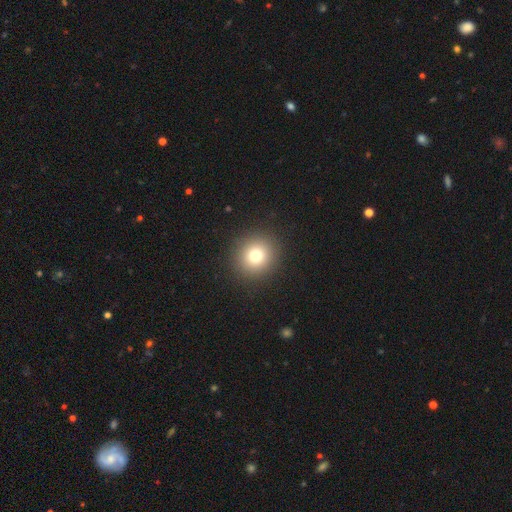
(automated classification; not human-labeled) smooth 76%, star or artifact 14%, featured or disk 10%. Down the decision tree: how rounded — round (91%); merging — none (92%).